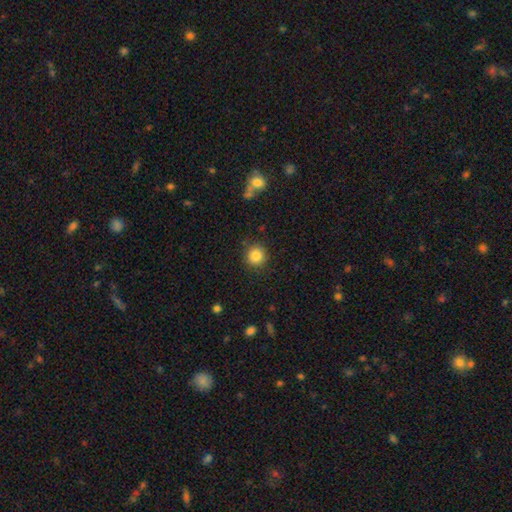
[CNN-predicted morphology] A smooth galaxy with no disk features (84%) that is round (92%).

Vote fractions:
- Smooth or featured? smooth: 84% / star or artifact: 10% / featured or disk: 5%
- How rounded? round: 92% / in between: 7% / cigar-shaped: 1%
- Merging? none: 88% / minor disturbance: 8% / major disturbance: 3% / merger: 2%